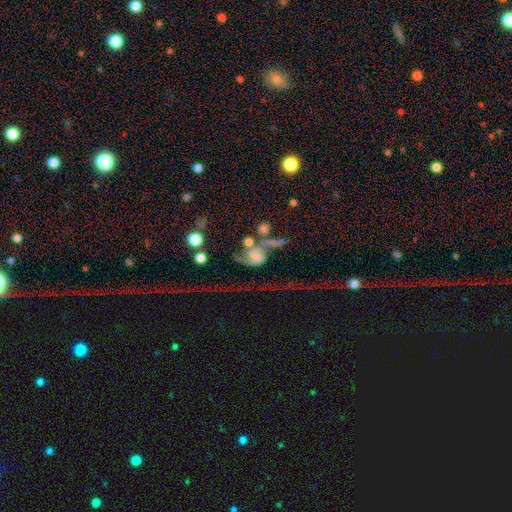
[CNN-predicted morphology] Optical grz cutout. It shows a featured or disk galaxy (73%) with no bar (46%), 2 (74%) loose (52%) spiral arms (87%) and a small central bulge (34%). Merging: major disturbance (34%).